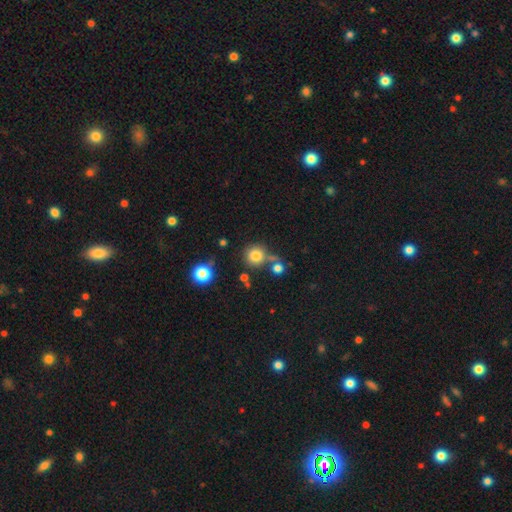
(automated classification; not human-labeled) A smooth galaxy with no disk features (79%) that is round (92%).

Vote fractions:
- Smooth or featured? smooth: 79% / star or artifact: 13% / featured or disk: 8%
- How rounded? round: 92% / in between: 7% / cigar-shaped: 1%
- Merging? none: 69% / merger: 16% / minor disturbance: 11% / major disturbance: 5%